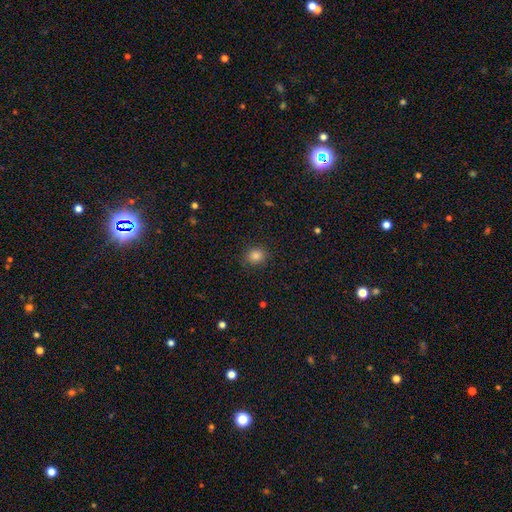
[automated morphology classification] Smooth or featured: smooth — 83% (star or artifact — 13%)
How rounded: round — 77% (in between — 22%)
Merging: none — 88% (minor disturbance — 8%)